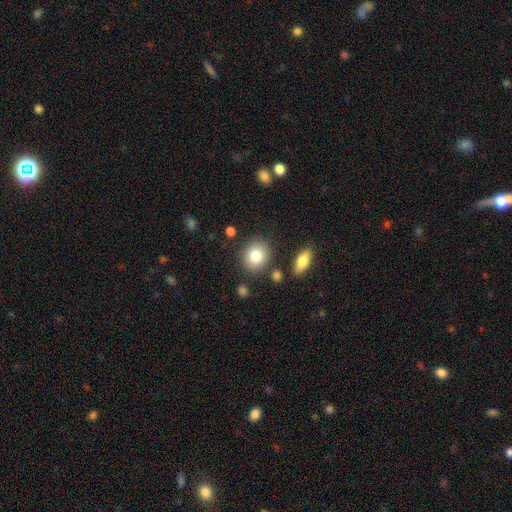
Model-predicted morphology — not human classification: This appears to be a smooth galaxy with no disk features (82%) that is round (71%). Merging: none (82%).